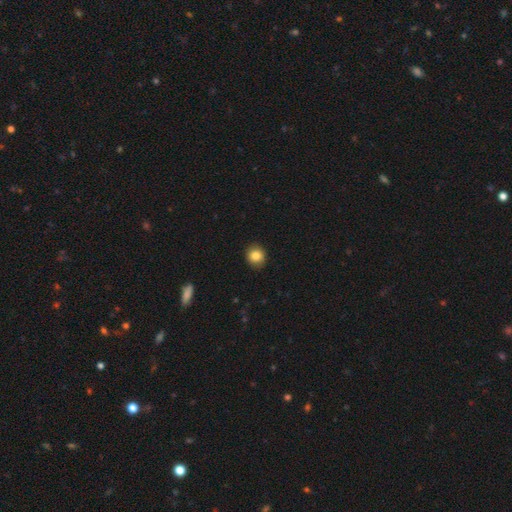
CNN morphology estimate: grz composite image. It shows a smooth galaxy with no disk features (84%) that is round (86%). Merging: none (90%).